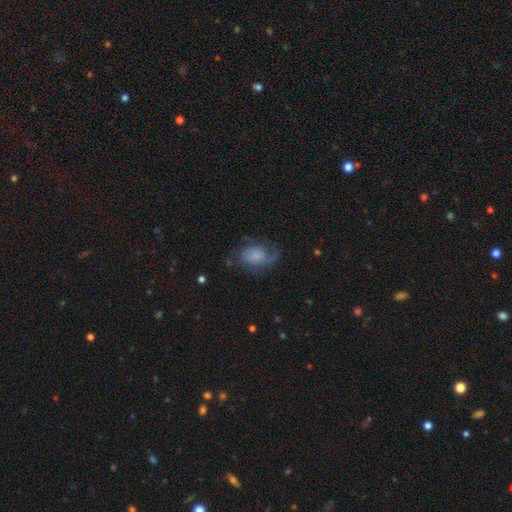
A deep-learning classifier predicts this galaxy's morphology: This appears to be a featured or disk galaxy (63%) with no bar (73%), 2 (44%) medium (42%) spiral arms (88%) and a small central bulge (47%). Merging: none (55%).